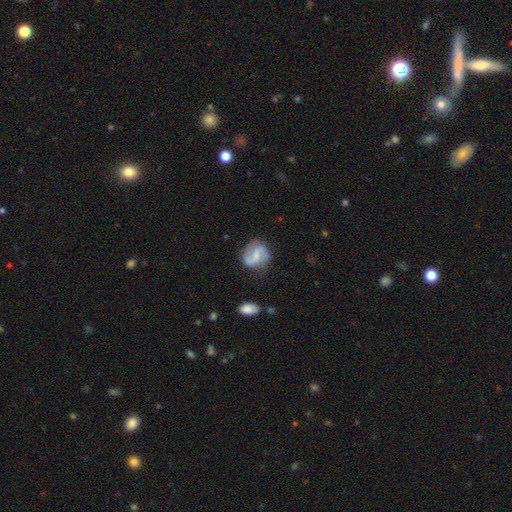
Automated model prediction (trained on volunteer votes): smooth_or_featured: featured or disk (p=0.72) [alt: smooth p=0.22]
disk_edge_on: no (p=0.98) [alt: yes p=0.02]
bar: weak (p=0.49) [alt: no p=0.27]
has_spiral_arms: yes (p=0.93) [alt: no p=0.07]
spiral_winding: loose (p=0.48) [alt: medium p=0.39]
spiral_arm_count: 2 (p=0.90) [alt: can't tell p=0.05]
bulge_size: small (p=0.47) [alt: none p=0.27]
merging: none (p=0.74) [alt: minor disturbance p=0.17]